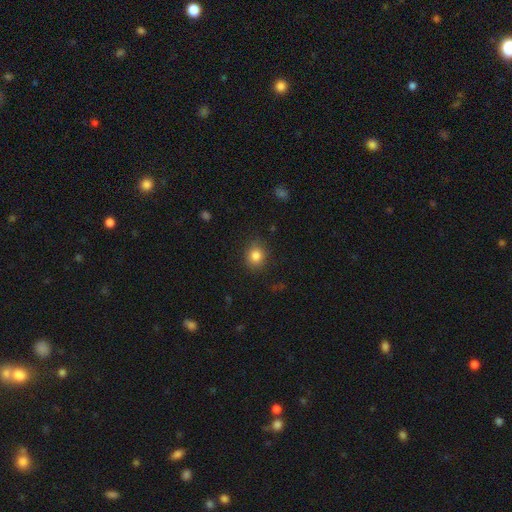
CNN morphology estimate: This appears to be a smooth galaxy with no disk features (84%) that is round (73%). Merging: none (86%).